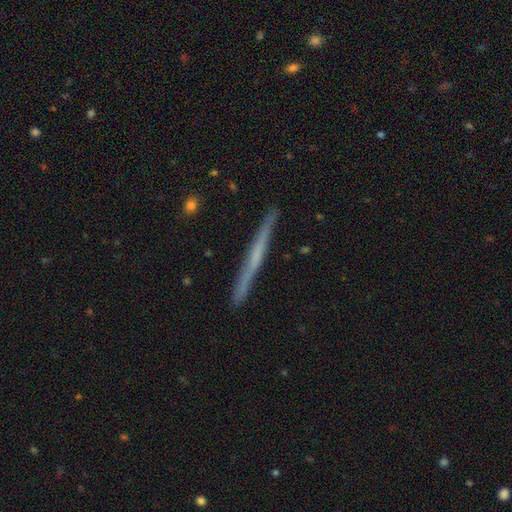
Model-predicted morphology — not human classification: Smooth or featured? featured or disk (58%)
Edge-on disk? yes (98%)
Edge-on bulge? none (79%)
Merging? none (92%)